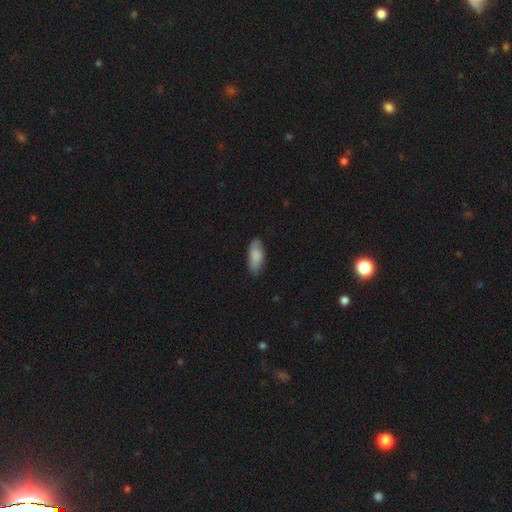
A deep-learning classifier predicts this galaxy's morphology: Smooth or featured? Predicted: smooth (p=0.83). How rounded? Predicted: in between (p=0.88). Merging? Predicted: none (p=0.77).